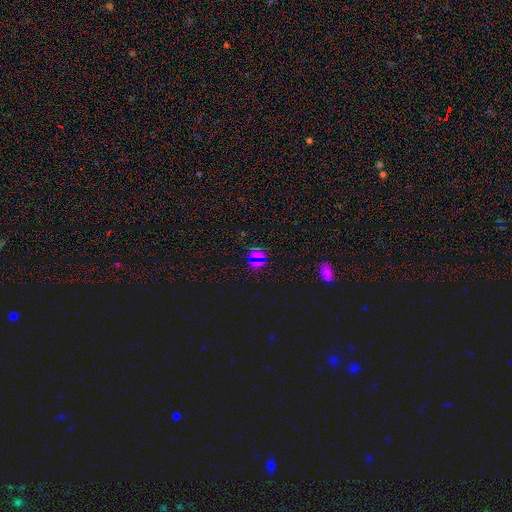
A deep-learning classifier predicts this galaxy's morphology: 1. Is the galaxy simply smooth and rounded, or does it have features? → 60% star or artifact, 32% smooth, 8% featured or disk.